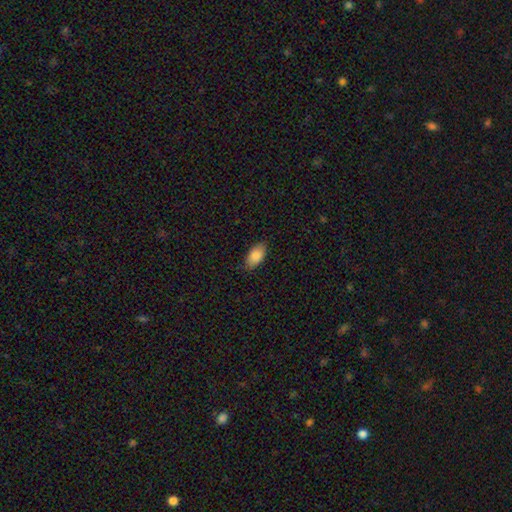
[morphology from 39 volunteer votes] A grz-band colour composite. It shows a smooth galaxy with no disk features (90%) that is in between round and cigar-shaped (94%). Merging: none (86%).